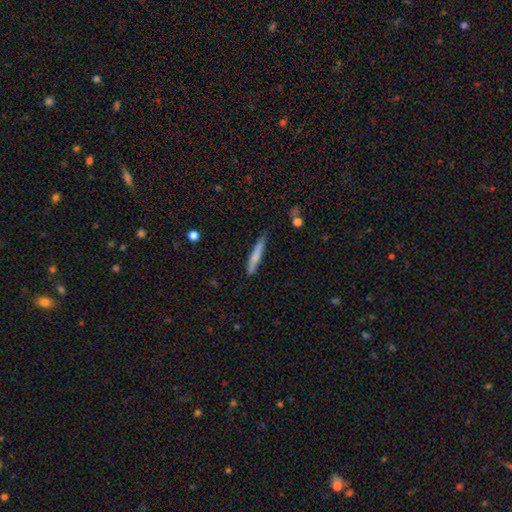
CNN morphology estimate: The model was most divided on "smooth or featured": smooth: 71%, featured or disk: 23%, star or artifact: 6%. More confident: how rounded — cigar-shaped (93%); merging — none (77%).